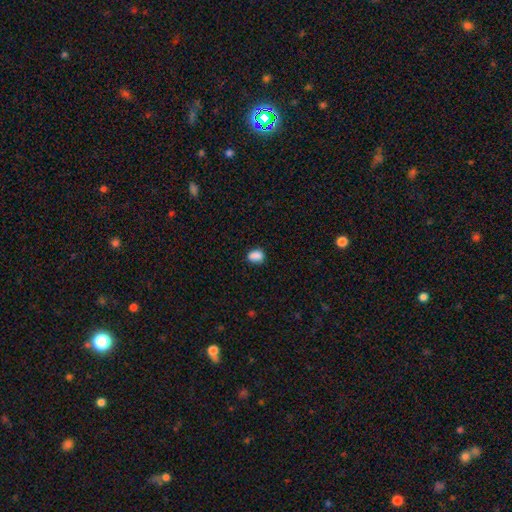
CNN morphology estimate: The model was most divided on "how rounded": in between: 69%, round: 30%, cigar-shaped: 2%. More confident: smooth or featured — smooth (86%); merging — none (74%).